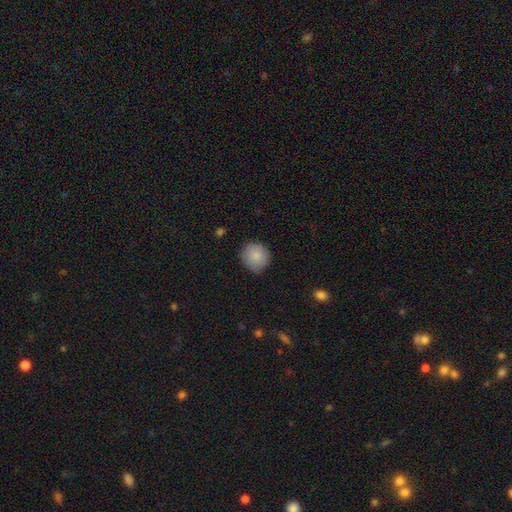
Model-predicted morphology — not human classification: smooth_or_featured: smooth (p=0.86) [alt: star or artifact p=0.07]
how_rounded: round (p=0.89) [alt: in between p=0.10]
merging: none (p=0.78) [alt: minor disturbance p=0.18]